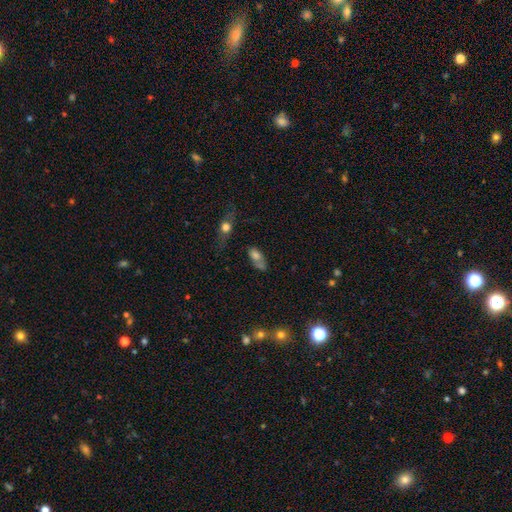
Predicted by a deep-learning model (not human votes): This is likely a smooth galaxy (64%). How rounded: clearly in between (81%). Merging: marginally none (36%).